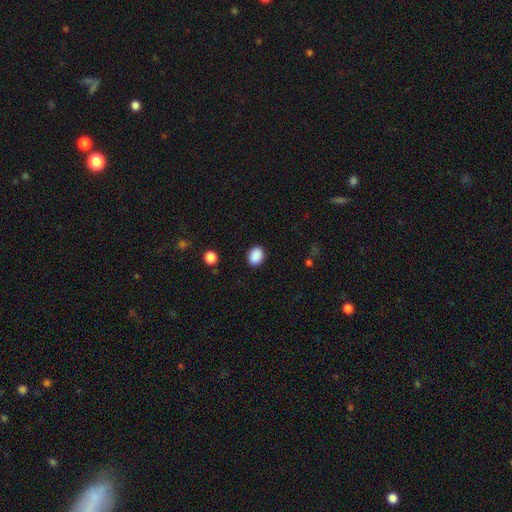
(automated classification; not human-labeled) smooth-or-featured: smooth: 89% | star or artifact: 8% | featured or disk: 3%
  how-rounded: in between: 67% | round: 32% | cigar-shaped: 1%
  merging: none: 89% | minor disturbance: 8% | major disturbance: 2% | merger: 1%